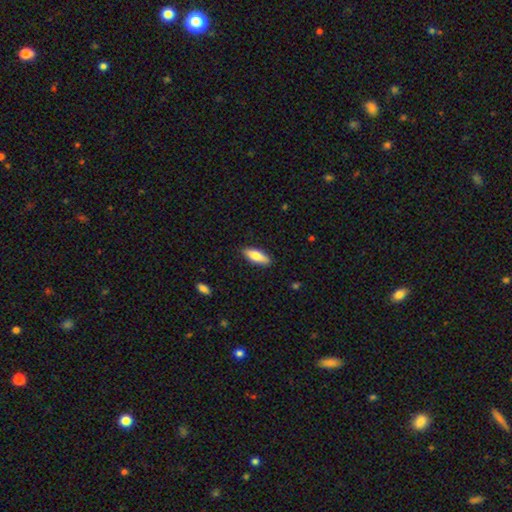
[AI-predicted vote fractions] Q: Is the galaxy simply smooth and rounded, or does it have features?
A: smooth — 78%.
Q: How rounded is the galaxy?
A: in between — 61%.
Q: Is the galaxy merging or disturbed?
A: none — 87%.